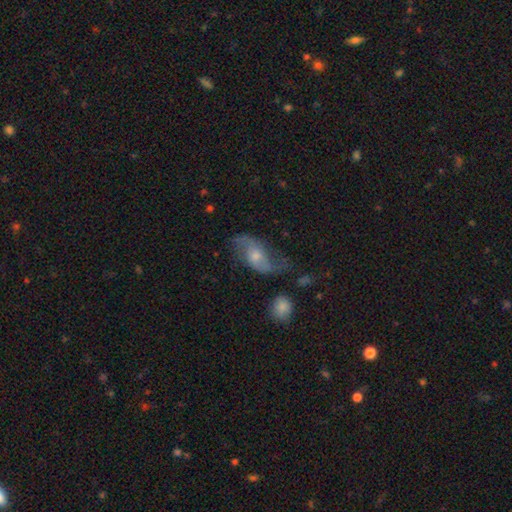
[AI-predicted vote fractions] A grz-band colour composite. It shows a featured or disk galaxy (74%) with no bar (57%), 2 (89%) loose (69%) spiral arms (91%) and a moderate central bulge (51%). Merging: none (61%).